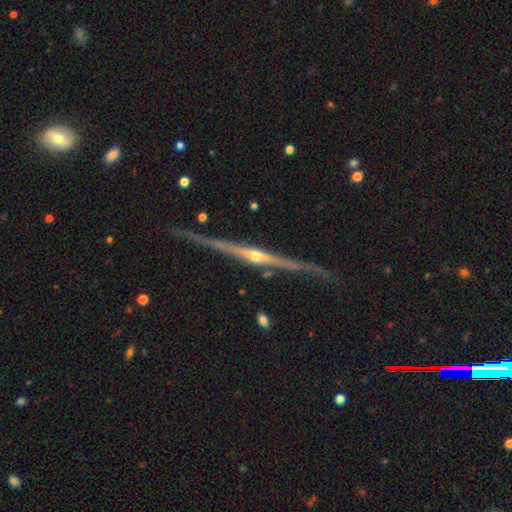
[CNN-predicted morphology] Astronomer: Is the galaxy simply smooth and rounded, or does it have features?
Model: featured or disk — 90%.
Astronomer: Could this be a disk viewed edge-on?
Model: yes — 98%.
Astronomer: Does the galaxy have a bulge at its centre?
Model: rounded — 89%.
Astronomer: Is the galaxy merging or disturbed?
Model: none — 77%.